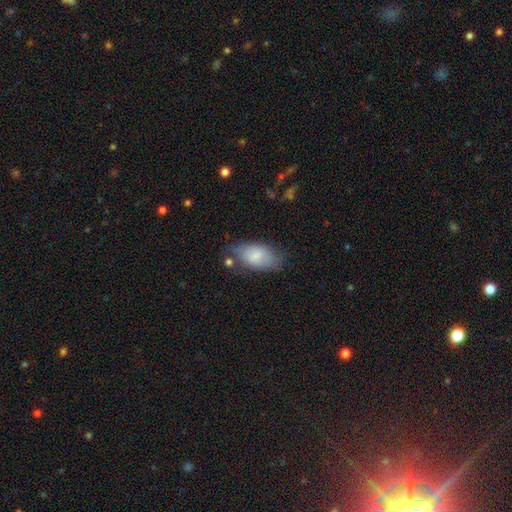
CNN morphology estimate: Smooth or featured? Predicted: smooth (p=0.76). How rounded? Predicted: in between (p=0.92). Merging? Predicted: none (p=0.58).